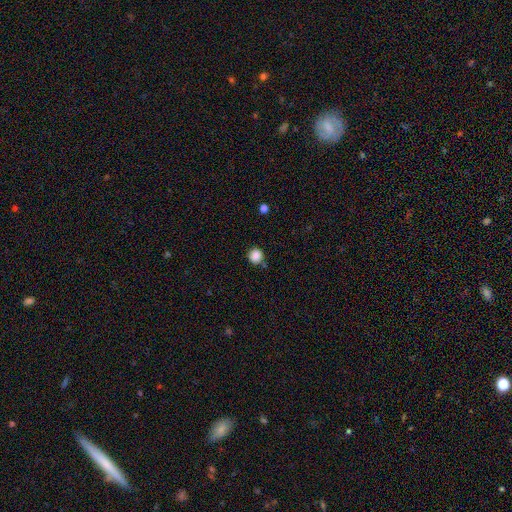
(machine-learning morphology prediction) Overall: smooth (87%). How rounded: round (92%). Merging: none (81%).